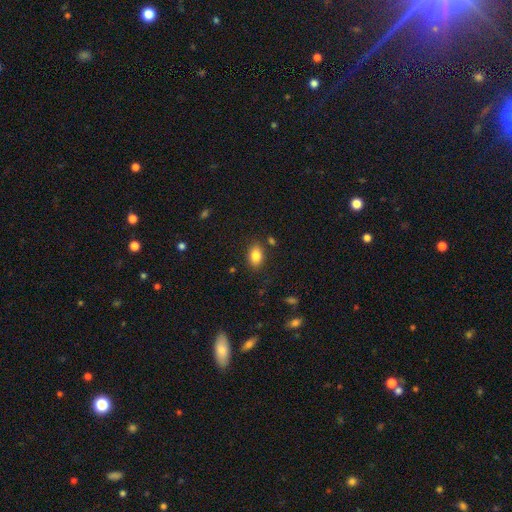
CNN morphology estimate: A smooth galaxy with no disk features (84%) that is in between round and cigar-shaped (85%). Merging: none (83%).